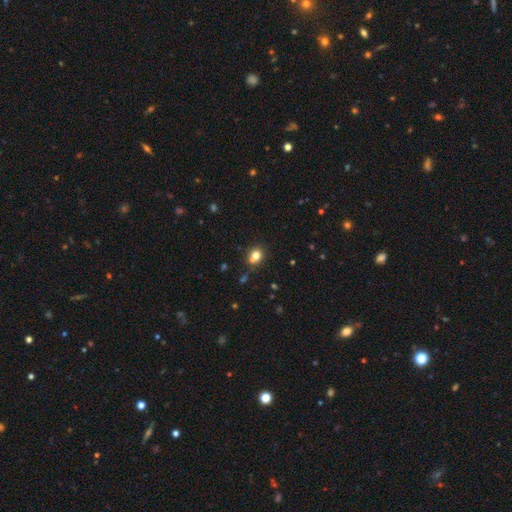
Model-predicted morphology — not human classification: This appears to be a smooth galaxy with no disk features (77%) that is round (64%). Merging: none (64%).